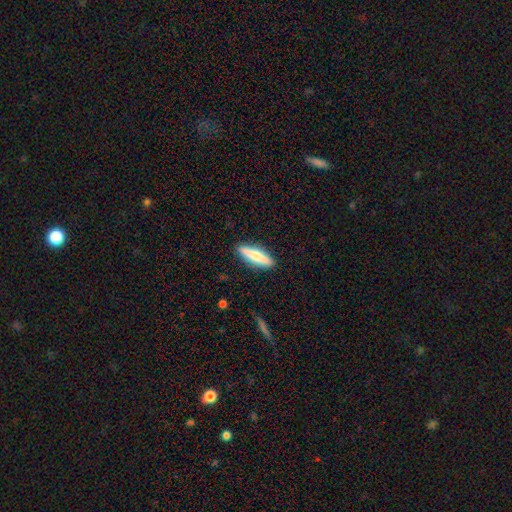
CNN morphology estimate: Smooth or featured? Predicted: smooth (p=0.66). How rounded? Predicted: cigar-shaped (p=0.72). Merging? Predicted: none (p=0.89).